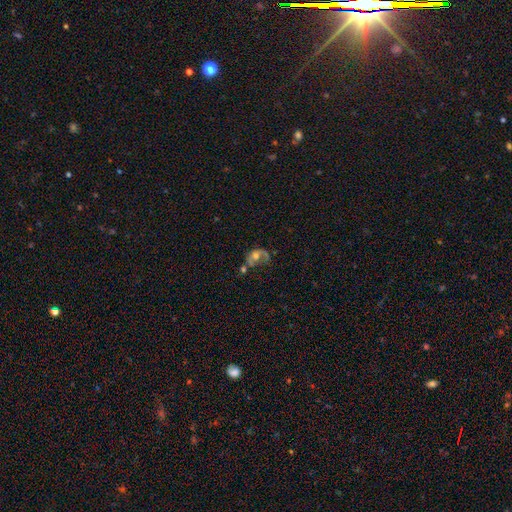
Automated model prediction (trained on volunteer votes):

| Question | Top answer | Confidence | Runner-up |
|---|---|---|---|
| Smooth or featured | featured or disk | 56% | smooth (33%) |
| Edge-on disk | no | 97% | yes (3%) |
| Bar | no | 77% | weak (19%) |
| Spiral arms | yes | 67% | no (33%) |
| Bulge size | moderate | 54% | large (21%) |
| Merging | major disturbance | 34% | none (26%) |